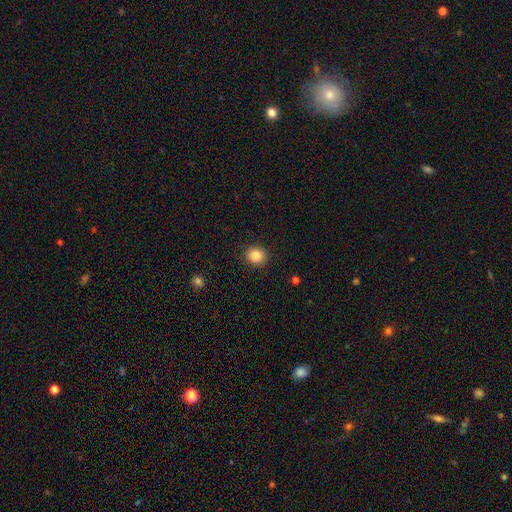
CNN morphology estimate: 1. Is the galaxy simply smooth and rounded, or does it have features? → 84% smooth, 10% star or artifact, 6% featured or disk.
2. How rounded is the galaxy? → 86% round, 13% in between, 1% cigar-shaped.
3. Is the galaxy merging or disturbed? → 92% none, 5% minor disturbance, 2% major disturbance, 1% merger.